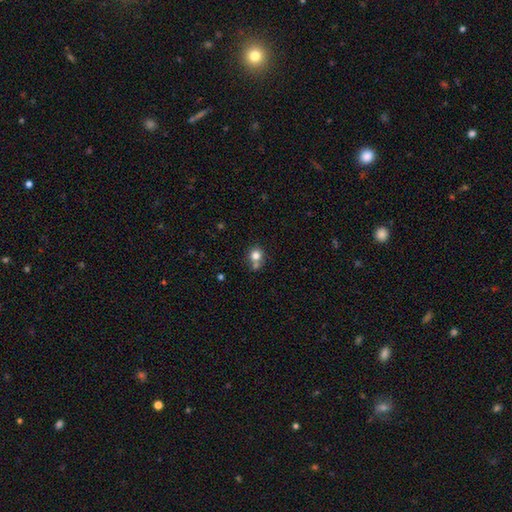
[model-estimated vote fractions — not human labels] smooth_or_featured: smooth (p=0.79) [alt: star or artifact p=0.12]
how_rounded: round (p=0.83) [alt: in between p=0.16]
merging: none (p=0.53) [alt: merger p=0.32]